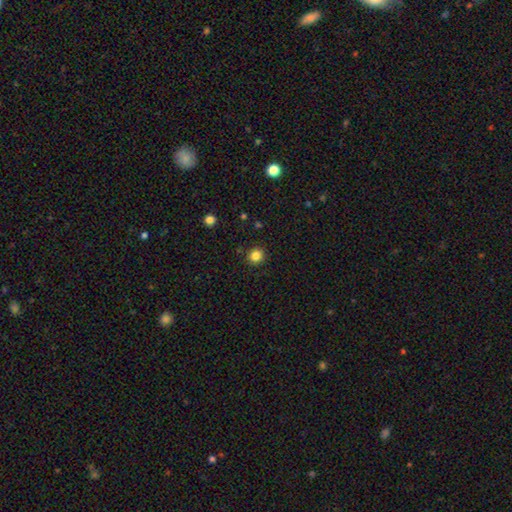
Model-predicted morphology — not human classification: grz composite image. It shows a smooth galaxy with no disk features (83%) that is round (90%). Merging: none (91%).